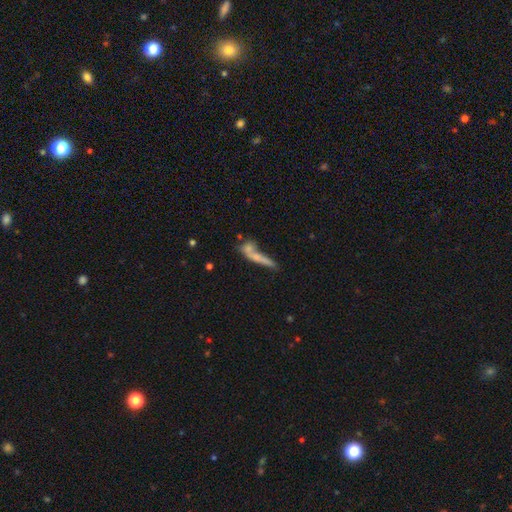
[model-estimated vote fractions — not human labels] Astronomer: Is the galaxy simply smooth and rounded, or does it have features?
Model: smooth — 55% (runner-up: featured or disk, 34%).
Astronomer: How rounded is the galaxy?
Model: cigar-shaped — 84%.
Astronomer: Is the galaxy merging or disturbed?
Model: none — 40% (runner-up: merger, 34%).